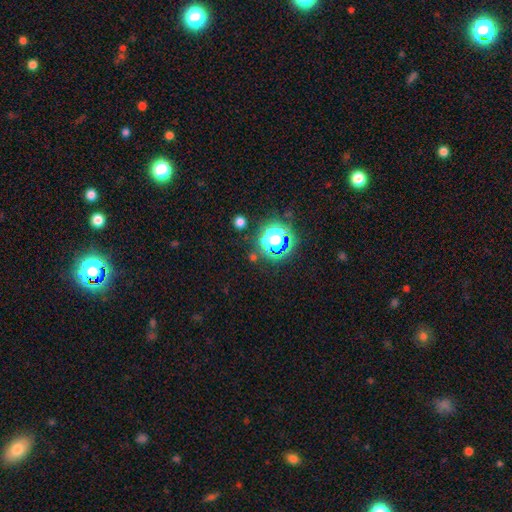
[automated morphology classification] type=star or artifact (63%).